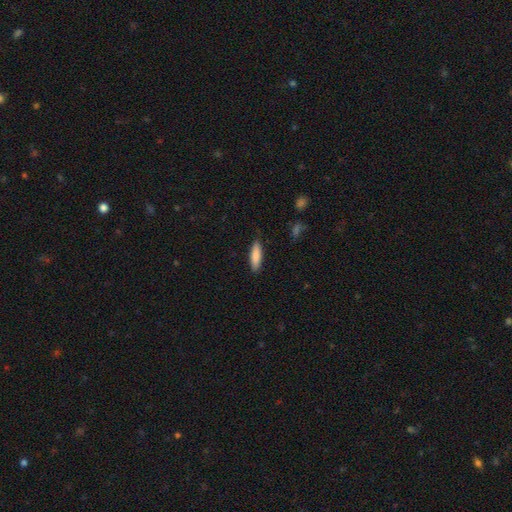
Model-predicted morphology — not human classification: smooth 85%, featured or disk 9%, star or artifact 6%. Down the decision tree: how rounded — cigar-shaped (65%); merging — none (87%).